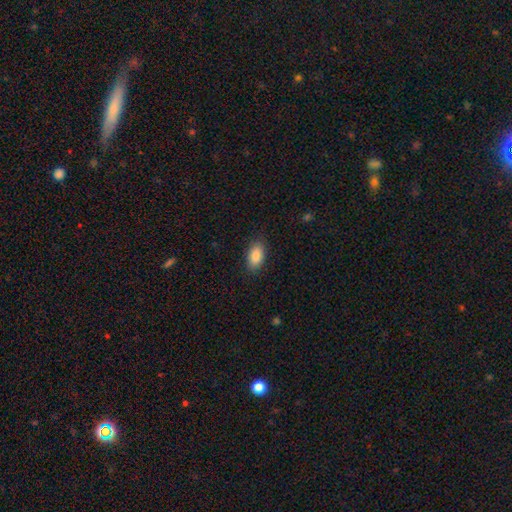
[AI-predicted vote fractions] This is clearly a smooth galaxy (88%). How rounded: clearly in between (93%). Merging: clearly none (86%).